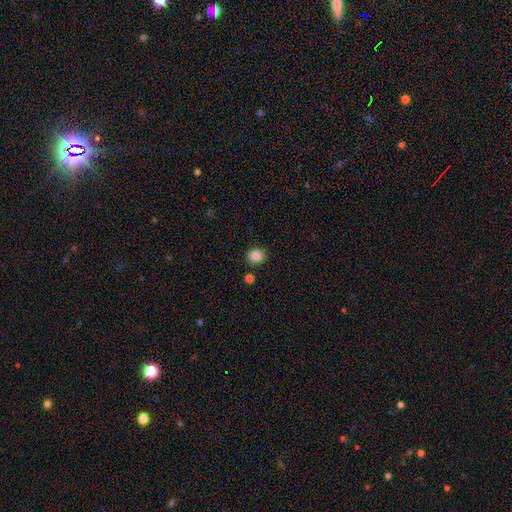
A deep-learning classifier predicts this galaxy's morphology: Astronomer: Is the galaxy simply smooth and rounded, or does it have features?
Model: smooth — 86%.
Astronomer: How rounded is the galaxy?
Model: round — 73%.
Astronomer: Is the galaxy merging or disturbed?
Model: none — 87%.